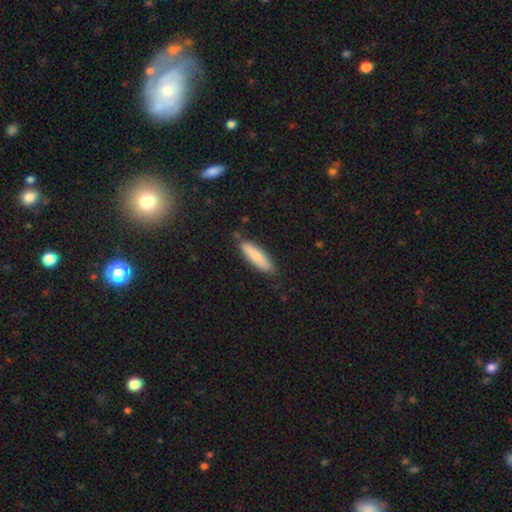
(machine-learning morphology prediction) Q: Smooth or featured?
A: smooth (82%); runner-up: featured or disk (13%)
Q: How rounded?
A: cigar-shaped (70%); runner-up: in between (28%)
Q: Merging?
A: none (81%); runner-up: minor disturbance (14%)